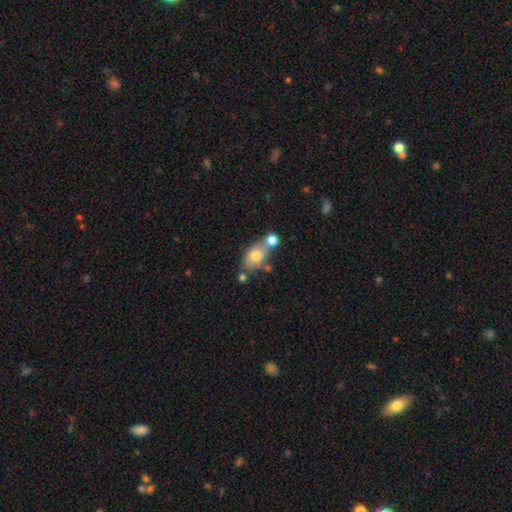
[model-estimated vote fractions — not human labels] Overall: smooth (70%). How rounded: in between (79%). Merging: none (40%; merger 38%).